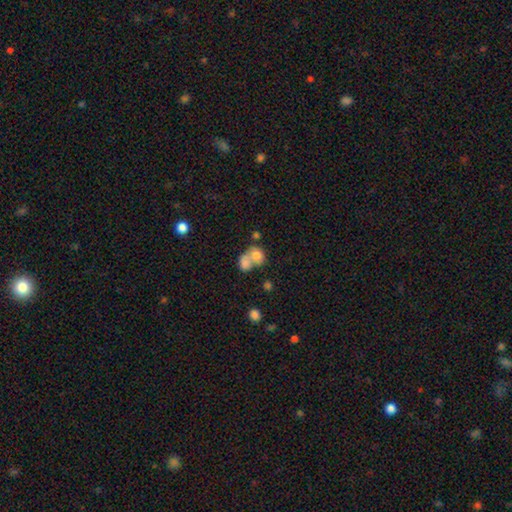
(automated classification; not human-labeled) This appears to be a smooth galaxy with no disk features (76%) that is round (50%). Merging: merger (67%).